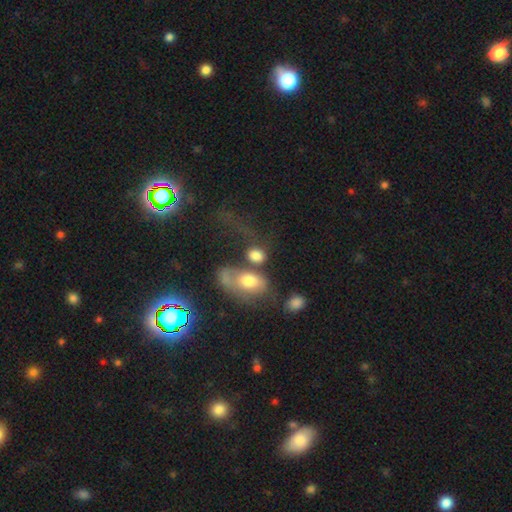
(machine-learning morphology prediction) A smooth galaxy with no disk features (73%) that is in between round and cigar-shaped (67%). Merging: merger (41%).